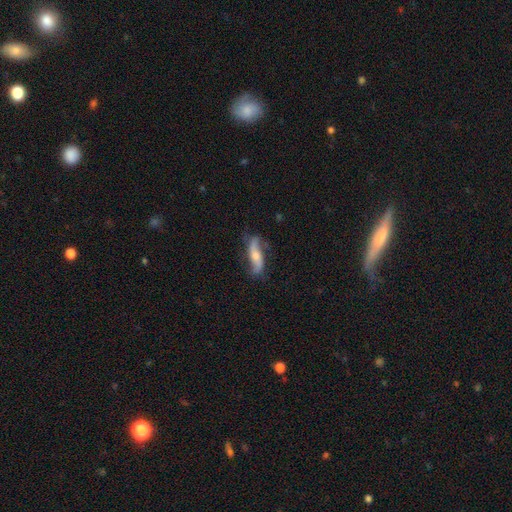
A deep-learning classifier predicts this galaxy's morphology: type=featured or disk (67%); edge-on=no (76%); bar=no (55%); spiral arms=yes (89%); bulge=moderate (51%); merging=none (69%).